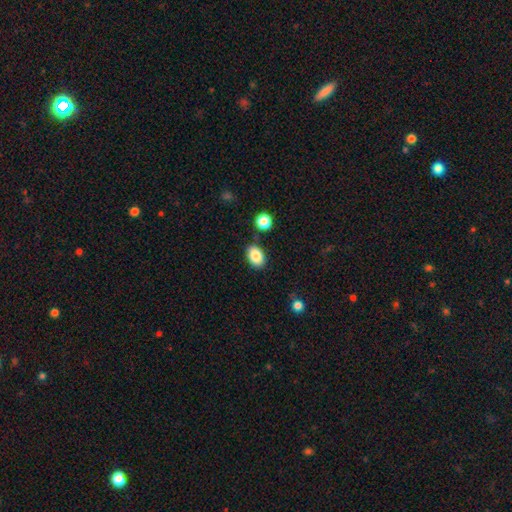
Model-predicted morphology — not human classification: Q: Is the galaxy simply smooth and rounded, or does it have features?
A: smooth — 86%.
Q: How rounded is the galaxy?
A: in between — 83%.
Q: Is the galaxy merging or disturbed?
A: none — 80%.